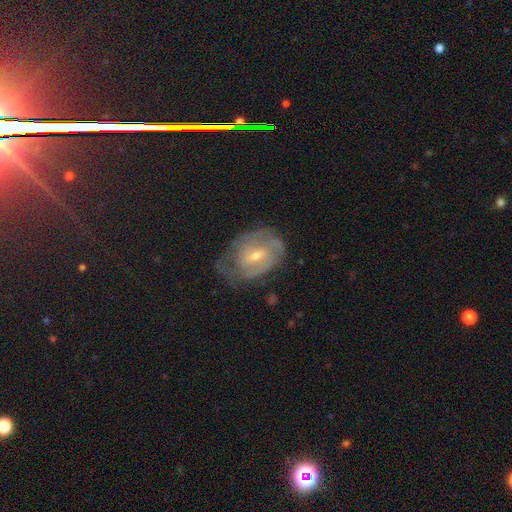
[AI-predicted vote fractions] A featured or disk galaxy (73%) with a weak bar (50%), 2 (42%) tight (51%) spiral arms (83%) and a small central bulge (54%). Merging: none (56%).